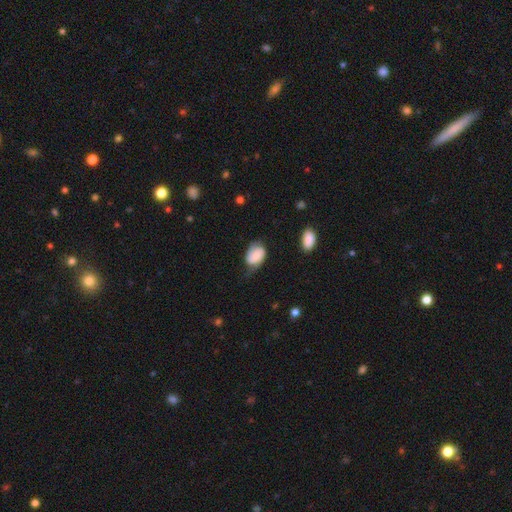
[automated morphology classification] smooth-or-featured: smooth: 52% | featured or disk: 40% | star or artifact: 8%
  how-rounded: in between: 82% | round: 17% | cigar-shaped: 1%
  merging: none: 44% | minor disturbance: 37% | major disturbance: 17% | merger: 2%